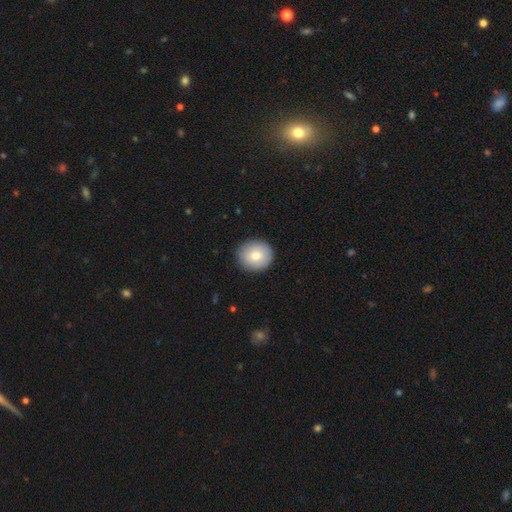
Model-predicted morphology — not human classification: This appears to be a smooth galaxy with no disk features (78%) that is round (84%). Merging: none (90%).